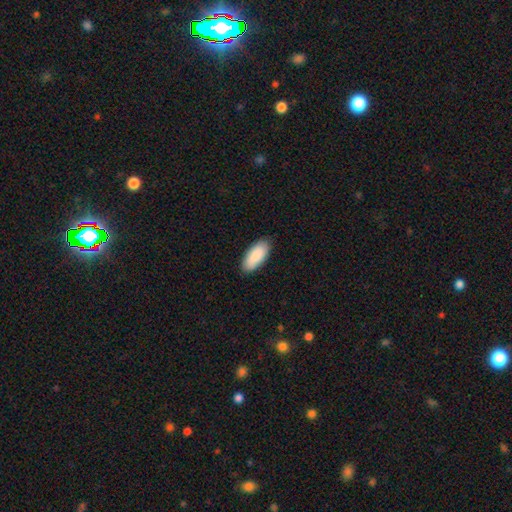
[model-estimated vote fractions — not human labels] A smooth galaxy with no disk features (89%) that is in between round and cigar-shaped (88%). Merging: none (87%).